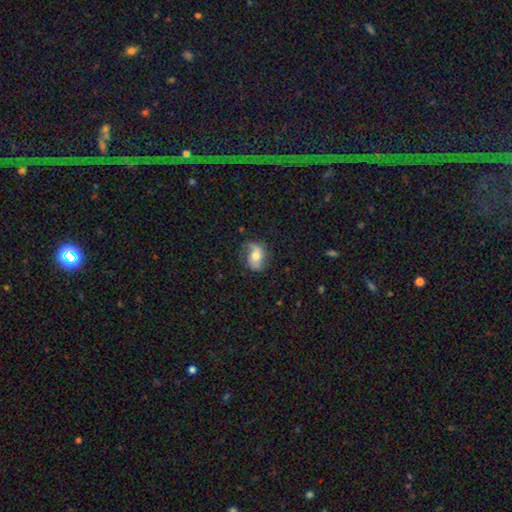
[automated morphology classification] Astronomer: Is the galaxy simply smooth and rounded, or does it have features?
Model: featured or disk — 58% (runner-up: smooth, 34%).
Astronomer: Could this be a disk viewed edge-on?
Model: no — 95%.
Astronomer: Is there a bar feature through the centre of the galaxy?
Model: no — 52% (runner-up: weak, 31%).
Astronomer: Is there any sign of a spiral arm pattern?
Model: yes — 86%.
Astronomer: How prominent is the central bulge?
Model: moderate — 68%.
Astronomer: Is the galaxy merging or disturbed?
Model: none — 63%.